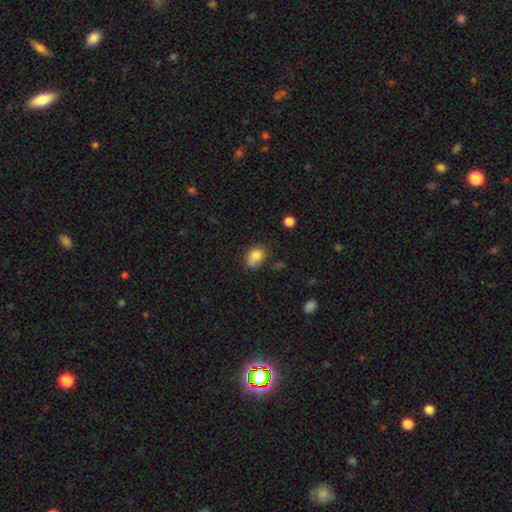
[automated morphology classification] smooth_or_featured: smooth (p=0.78) [alt: featured or disk p=0.11]
how_rounded: in between (p=0.60) [alt: round p=0.39]
merging: none (p=0.45) [alt: minor disturbance p=0.27]